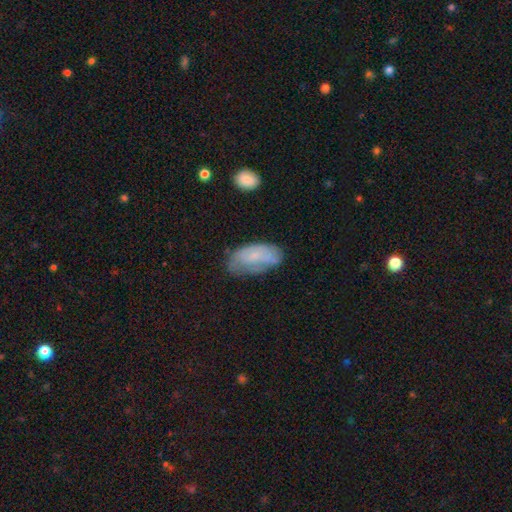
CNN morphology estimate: smooth-or-featured: smooth: 60% | featured or disk: 32% | star or artifact: 8%
  how-rounded: in between: 92% | cigar-shaped: 4% | round: 3%
  merging: none: 51% | minor disturbance: 34% | major disturbance: 13% | merger: 2%